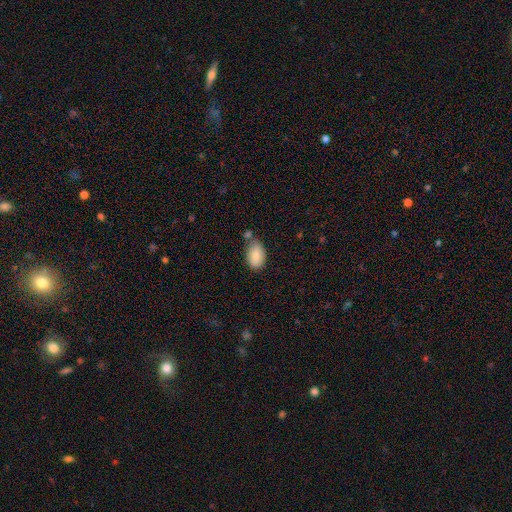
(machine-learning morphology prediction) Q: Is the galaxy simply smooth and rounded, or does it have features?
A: smooth — 86%.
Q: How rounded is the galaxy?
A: in between — 93%.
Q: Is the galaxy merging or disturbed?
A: none — 59%.